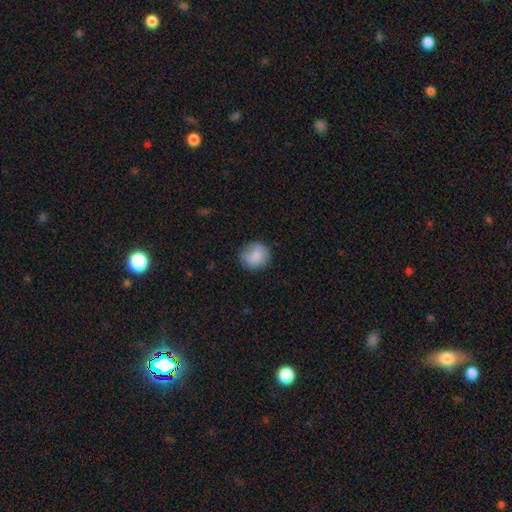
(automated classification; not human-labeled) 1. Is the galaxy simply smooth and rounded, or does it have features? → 79% smooth, 13% featured or disk, 8% star or artifact.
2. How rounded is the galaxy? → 81% round, 18% in between, 1% cigar-shaped.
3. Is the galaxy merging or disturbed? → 73% none, 20% minor disturbance, 6% major disturbance, 1% merger.